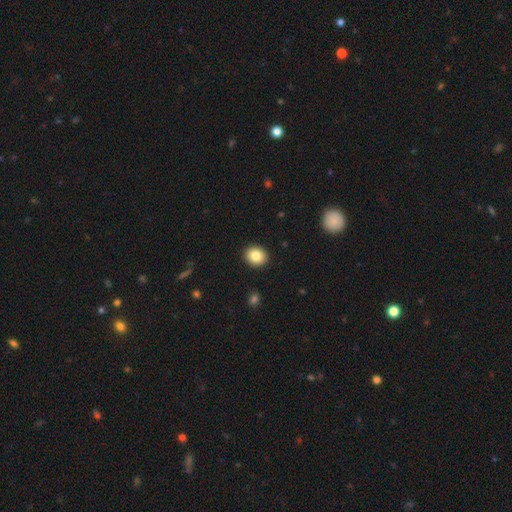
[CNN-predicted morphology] Smooth or featured?
  - smooth: 84% *
  - star or artifact: 9%
  - featured or disk: 7%
How rounded?
  - round: 71% *
  - in between: 28%
  - cigar-shaped: 1%
Merging?
  - none: 92% *
  - minor disturbance: 5%
  - major disturbance: 2%
  - merger: 1%